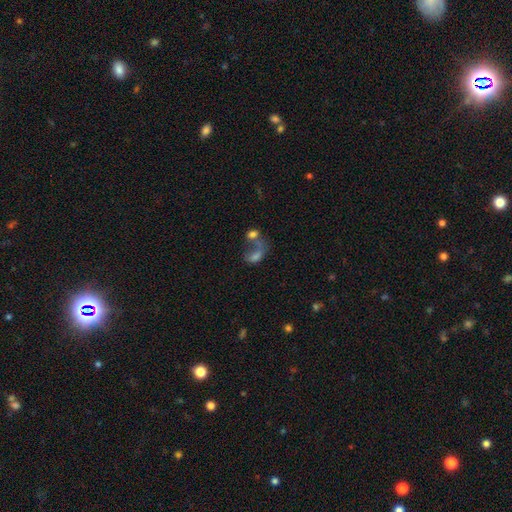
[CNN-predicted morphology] smooth_or_featured: smooth (p=0.48) [alt: featured or disk p=0.33]
merging: merger (p=0.54) [alt: major disturbance p=0.20]